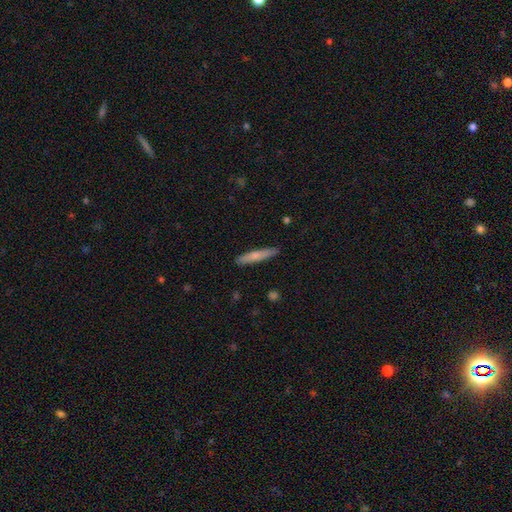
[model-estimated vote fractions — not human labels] Smooth or featured: smooth — 71% (featured or disk — 24%)
How rounded: cigar-shaped — 93% (in between — 6%)
Merging: none — 88% (minor disturbance — 9%)